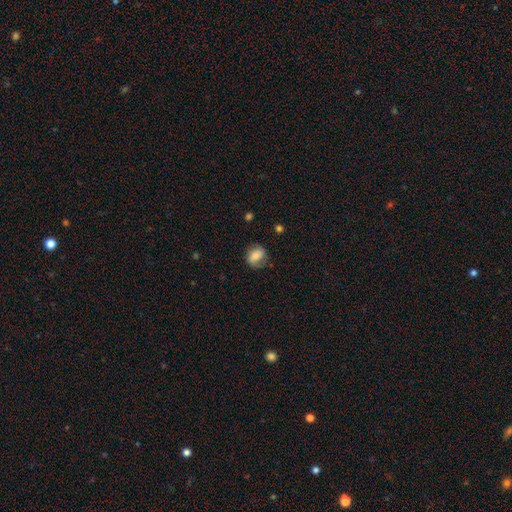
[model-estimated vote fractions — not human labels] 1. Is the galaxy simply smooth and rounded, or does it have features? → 72% smooth, 20% featured or disk, 8% star or artifact.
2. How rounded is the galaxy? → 57% in between, 41% round, 2% cigar-shaped.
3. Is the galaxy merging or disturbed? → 63% none, 25% minor disturbance, 10% major disturbance, 2% merger.